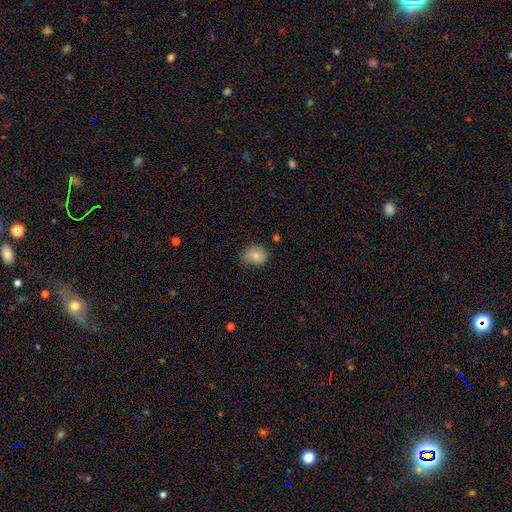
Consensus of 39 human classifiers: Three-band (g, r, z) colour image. It shows a smooth galaxy with no disk features (92%) that is in between round and cigar-shaped (53%). Merging: none (70%).